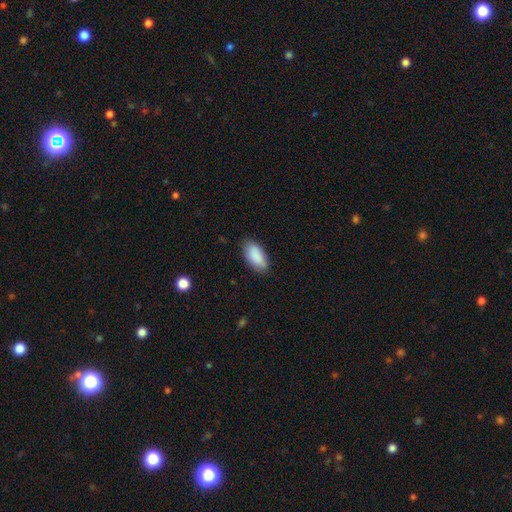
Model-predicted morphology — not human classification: A smooth galaxy with no disk features (90%) that is in between round and cigar-shaped (92%). Merging: none (82%).